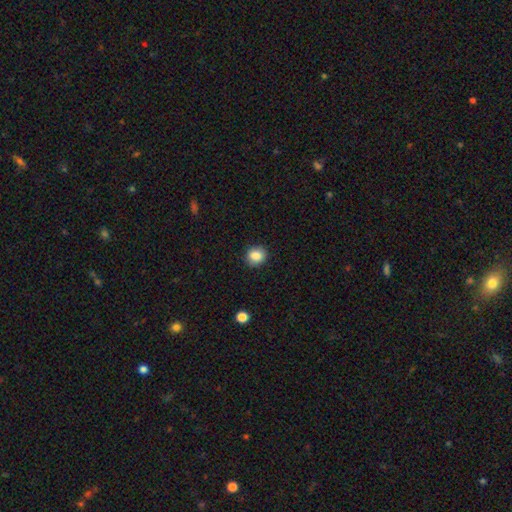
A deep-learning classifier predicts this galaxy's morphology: This is clearly a smooth galaxy (86%). How rounded: likely round (78%). Merging: clearly none (89%).